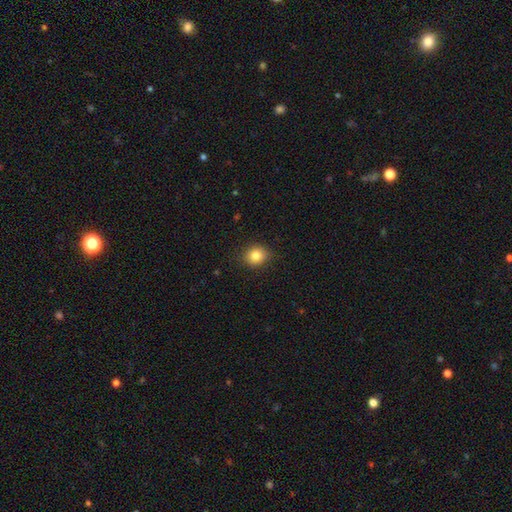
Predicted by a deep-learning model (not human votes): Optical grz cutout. It shows a smooth galaxy with no disk features (83%) that is round (76%). Merging: none (86%).